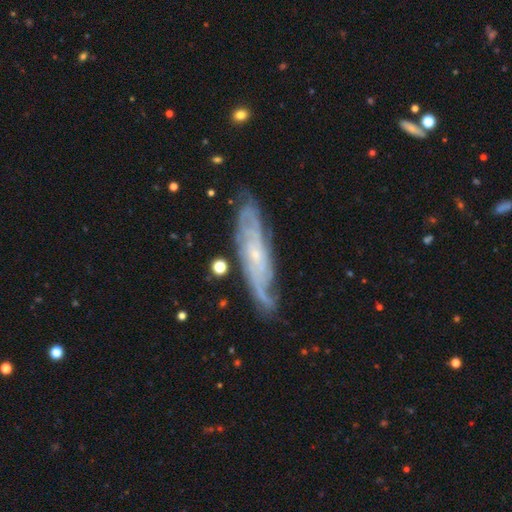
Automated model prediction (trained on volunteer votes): Smooth or featured: featured or disk — 82% (smooth — 12%)
Edge-on disk: no — 76% (yes — 24%)
Bar: no — 71% (weak — 24%)
Spiral arms: yes — 94% (no — 6%)
Spiral winding: tight — 64% (medium — 29%)
Spiral arm count: can't tell — 41% (2 — 20%)
Bulge size: small — 82% (moderate — 13%)
Merging: none — 76% (minor disturbance — 17%)